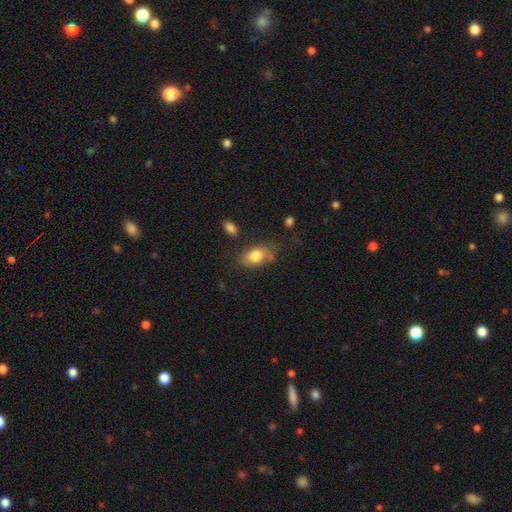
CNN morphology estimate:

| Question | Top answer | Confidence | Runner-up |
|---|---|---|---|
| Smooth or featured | smooth | 80% | featured or disk (12%) |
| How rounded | in between | 83% | round (15%) |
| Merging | none | 67% | minor disturbance (22%) |